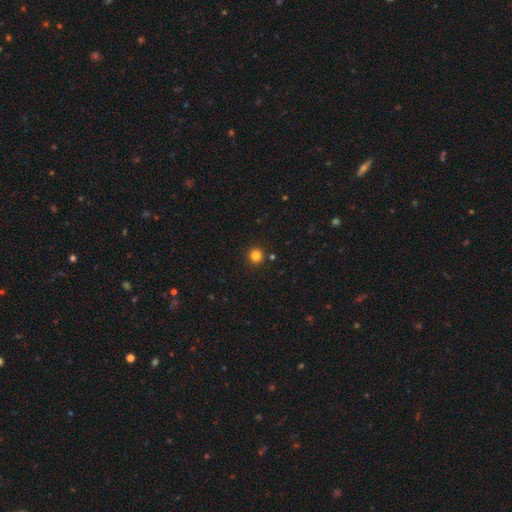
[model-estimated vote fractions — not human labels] This is clearly a smooth galaxy (83%). How rounded: clearly round (95%). Merging: clearly none (91%).